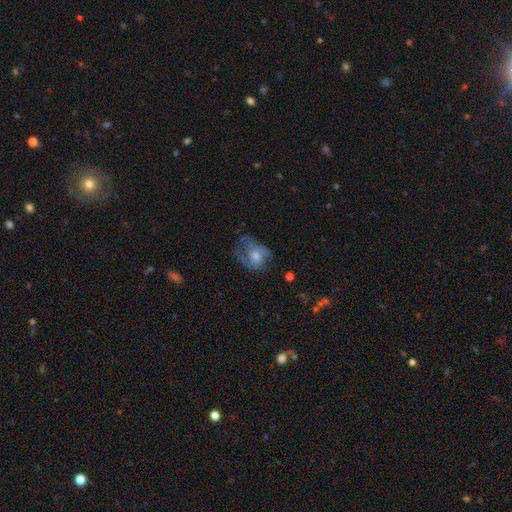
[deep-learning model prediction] The model was most divided on "smooth or featured": featured or disk: 52%, smooth: 37%, star or artifact: 11%. Remaining: edge-on disk — no (96%); merging — none (46%).